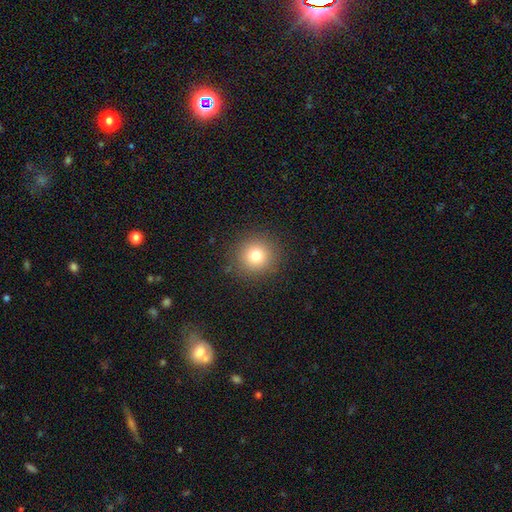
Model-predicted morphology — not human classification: A smooth galaxy with no disk features (79%) that is round (93%). Merging: none (90%).